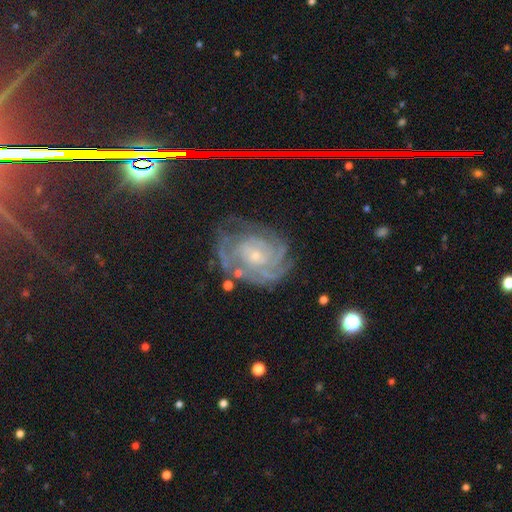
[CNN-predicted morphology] Q: Smooth or featured?
A: featured or disk (84%); runner-up: star or artifact (8%)
Q: Edge-on disk?
A: no (97%); runner-up: yes (3%)
Q: Bar?
A: no (73%); runner-up: weak (22%)
Q: Spiral arms?
A: yes (96%); runner-up: no (4%)
Q: Spiral winding?
A: tight (74%); runner-up: medium (22%)
Q: Spiral arm count?
A: can't tell (33%); runner-up: 4 (20%)
Q: Bulge size?
A: small (75%); runner-up: moderate (19%)
Q: Merging?
A: none (68%); runner-up: minor disturbance (20%)